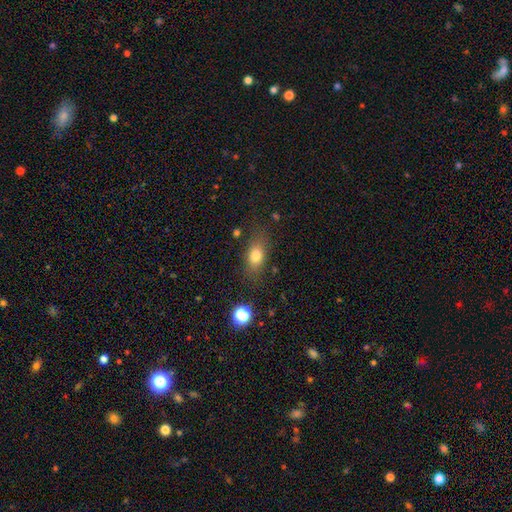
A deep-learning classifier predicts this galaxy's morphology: Overall: smooth (77%). How rounded: in between (75%). Merging: none (76%).